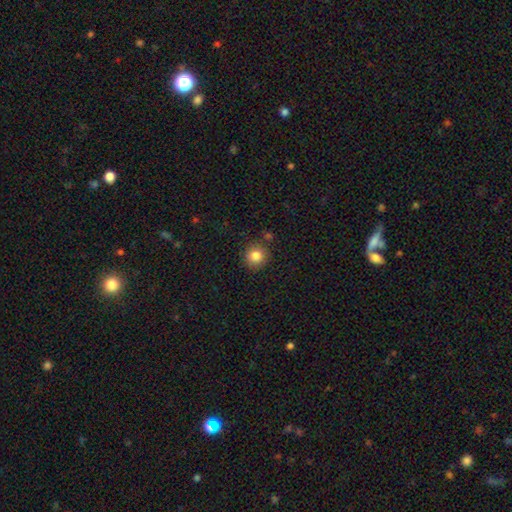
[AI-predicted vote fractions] A smooth galaxy with no disk features (83%) that is round (90%).

Vote fractions:
- Smooth or featured? smooth: 83% / star or artifact: 11% / featured or disk: 6%
- How rounded? round: 90% / in between: 9% / cigar-shaped: 1%
- Merging? none: 84% / minor disturbance: 9% / merger: 4% / major disturbance: 2%